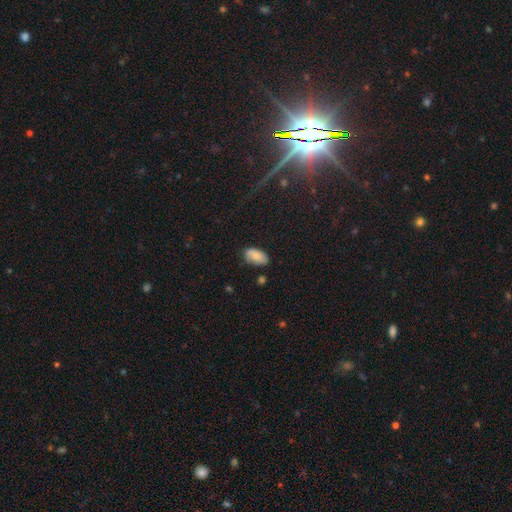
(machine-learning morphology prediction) This is clearly a smooth galaxy (81%). How rounded: clearly in between (94%). Merging: likely none (73%).